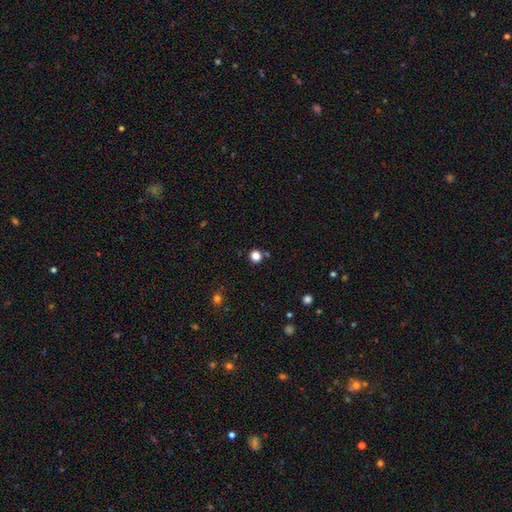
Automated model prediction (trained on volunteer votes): Smooth or featured? Predicted: smooth (p=0.81). How rounded? Predicted: round (p=0.89). Merging? Predicted: none (p=0.84).